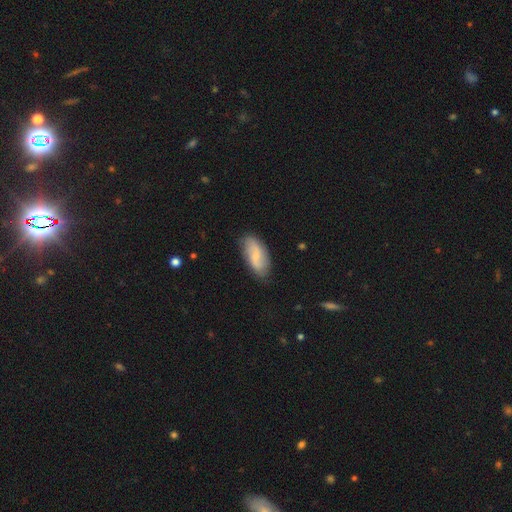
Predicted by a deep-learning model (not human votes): Smooth or featured? featured or disk (53%)
Edge-on disk? no (93%)
Merging? none (78%)